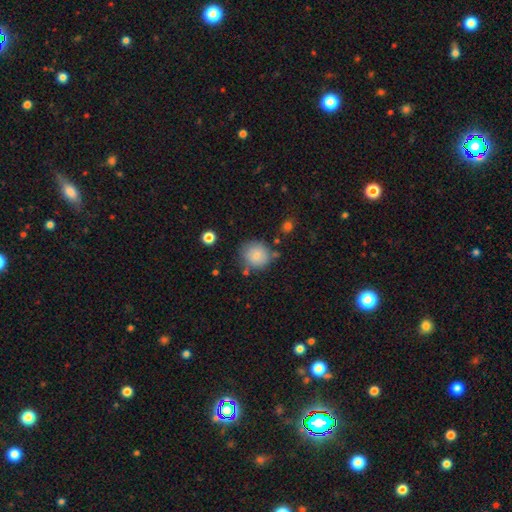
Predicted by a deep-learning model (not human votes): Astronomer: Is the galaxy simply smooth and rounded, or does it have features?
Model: smooth — 79%.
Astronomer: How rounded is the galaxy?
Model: round — 87%.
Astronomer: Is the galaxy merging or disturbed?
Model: none — 72%.